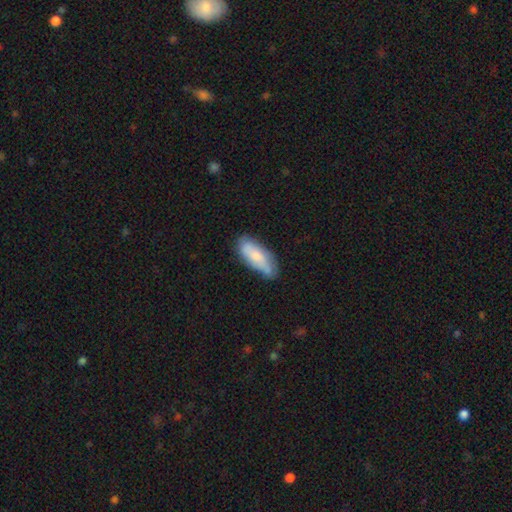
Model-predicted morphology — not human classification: type=smooth (65%); roundness=in between (75%); merging=none (64%).